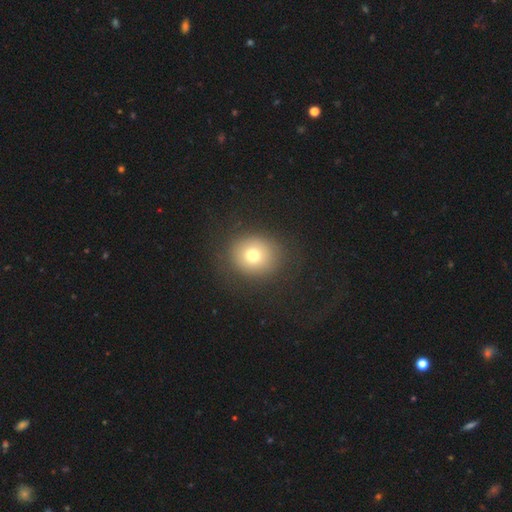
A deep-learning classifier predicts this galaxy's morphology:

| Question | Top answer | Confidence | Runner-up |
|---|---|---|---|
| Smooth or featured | smooth | 73% | star or artifact (14%) |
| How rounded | round | 78% | in between (21%) |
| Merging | none | 85% | minor disturbance (9%) |